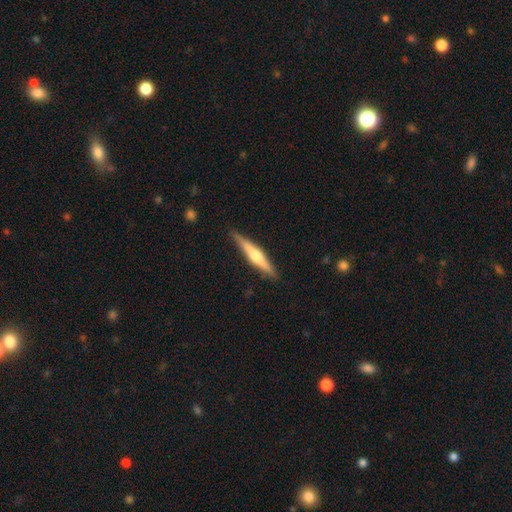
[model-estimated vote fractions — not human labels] This is likely a featured or disk galaxy (61%). It is clearly viewed edge-on (97%). Edge-on bulge: clearly rounded (86%). Merging: clearly none (88%).